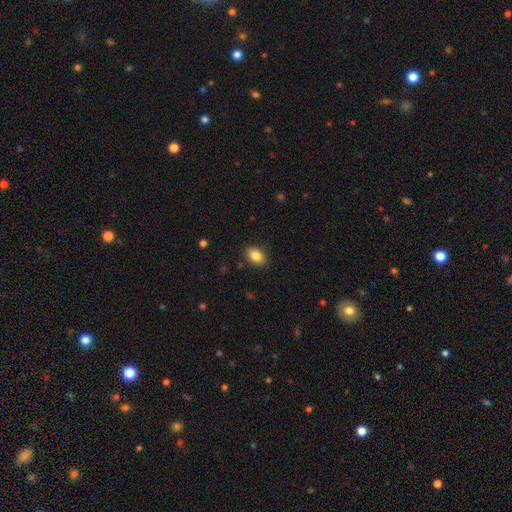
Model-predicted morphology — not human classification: Smooth or featured: smooth — 84% (star or artifact — 8%)
How rounded: in between — 85% (round — 14%)
Merging: none — 87% (minor disturbance — 9%)